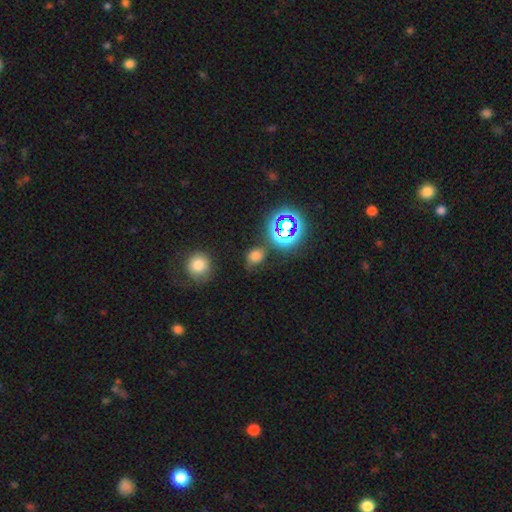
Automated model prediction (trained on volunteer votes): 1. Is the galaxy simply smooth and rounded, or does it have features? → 63% smooth, 30% star or artifact, 8% featured or disk.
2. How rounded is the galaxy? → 53% round, 46% in between, 2% cigar-shaped.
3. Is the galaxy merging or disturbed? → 69% none, 18% minor disturbance, 7% major disturbance, 6% merger.